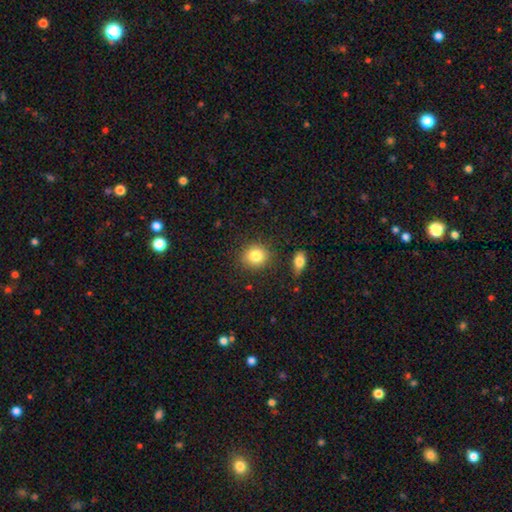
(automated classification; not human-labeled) smooth_or_featured: smooth (p=0.83) [alt: star or artifact p=0.09]
how_rounded: round (p=0.79) [alt: in between p=0.20]
merging: none (p=0.83) [alt: minor disturbance p=0.10]